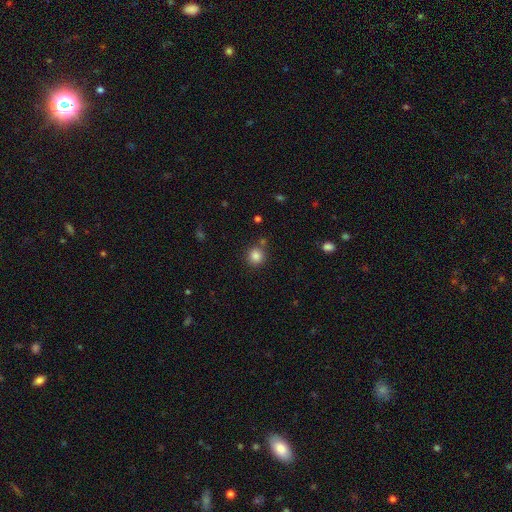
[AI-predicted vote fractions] A smooth galaxy with no disk features (85%) that is round (90%). Merging: none (79%).